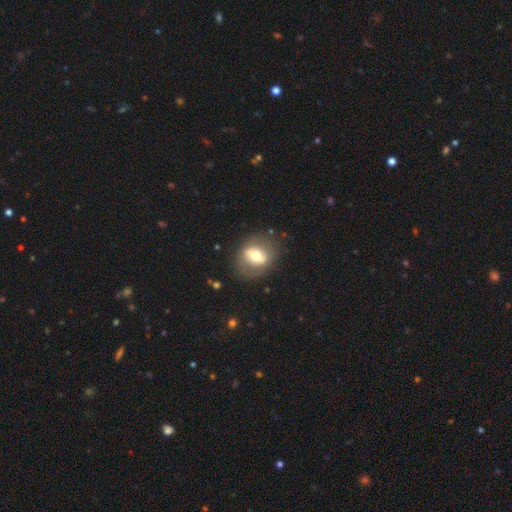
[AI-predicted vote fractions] A smooth galaxy with no disk features (49%).

Vote fractions:
- Smooth or featured? smooth: 49% / featured or disk: 43% / star or artifact: 8%
- Merging? none: 75% / minor disturbance: 15% / major disturbance: 9% / merger: 2%